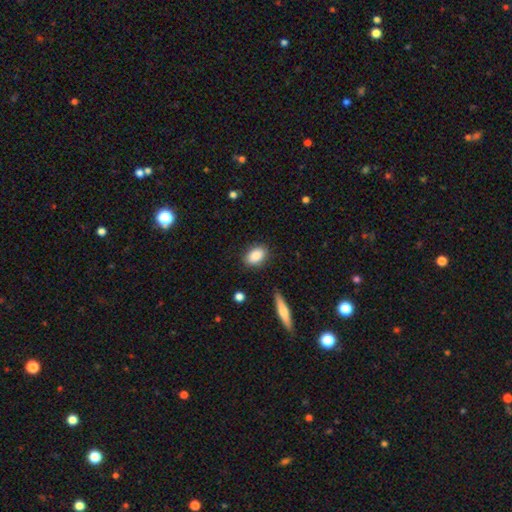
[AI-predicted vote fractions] A smooth galaxy with no disk features (87%) that is in between round and cigar-shaped (87%). Merging: none (85%).